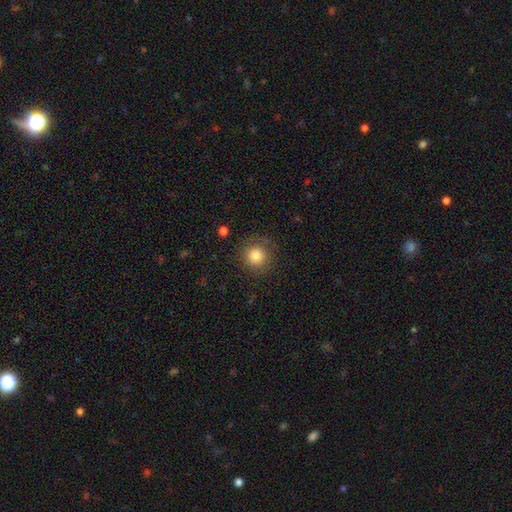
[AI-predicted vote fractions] smooth-or-featured: smooth: 83% | star or artifact: 11% | featured or disk: 6%
  how-rounded: round: 93% | in between: 6% | cigar-shaped: 1%
  merging: none: 85% | minor disturbance: 9% | major disturbance: 4% | merger: 1%